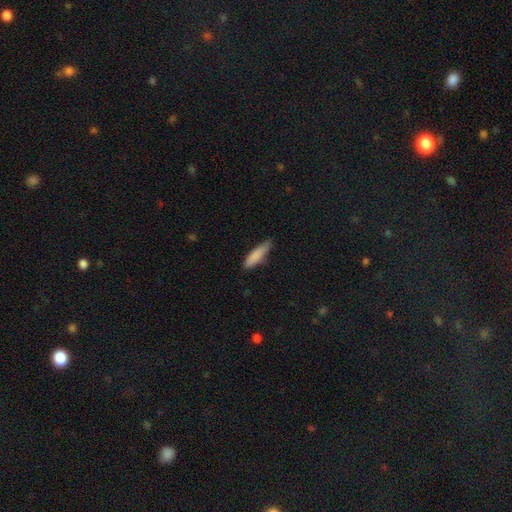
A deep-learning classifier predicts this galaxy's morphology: A smooth galaxy with no disk features (84%) that is cigar-shaped (71%). Merging: none (69%).